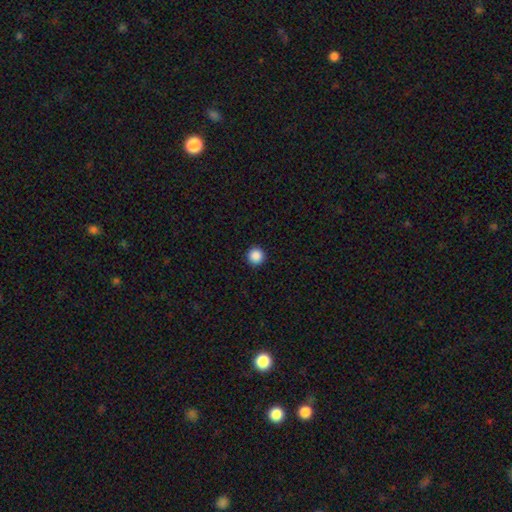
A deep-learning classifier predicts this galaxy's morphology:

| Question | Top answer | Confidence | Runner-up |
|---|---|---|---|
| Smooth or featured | smooth | 88% | star or artifact (10%) |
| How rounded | round | 96% | in between (3%) |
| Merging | none | 93% | minor disturbance (4%) |